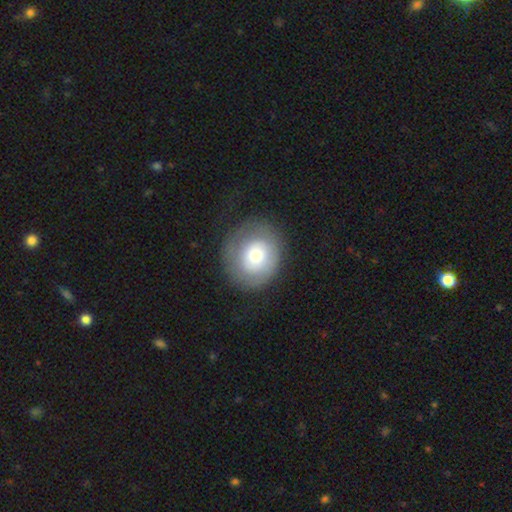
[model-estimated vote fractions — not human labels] Overall: smooth (64%; featured or disk 28%). How rounded: round (78%). Merging: none (73%).